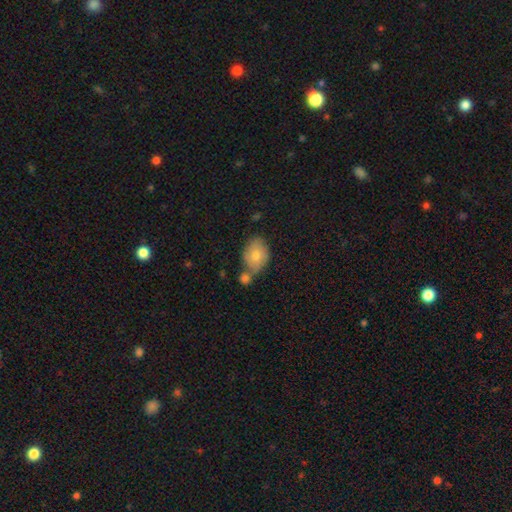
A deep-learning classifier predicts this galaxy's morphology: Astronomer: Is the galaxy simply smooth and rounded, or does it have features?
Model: smooth — 69%.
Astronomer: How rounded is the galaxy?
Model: in between — 68%.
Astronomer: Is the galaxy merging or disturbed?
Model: none — 50% (runner-up: merger, 27%).